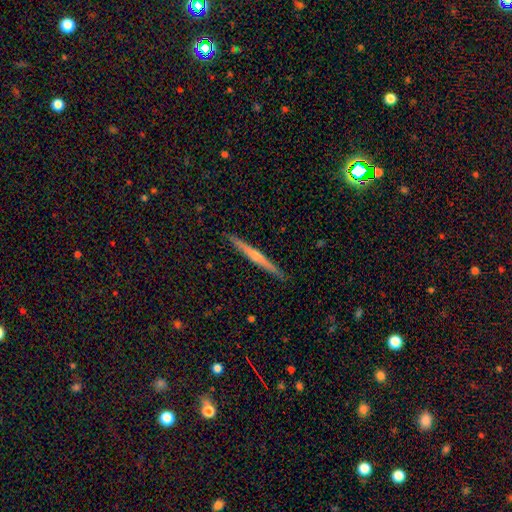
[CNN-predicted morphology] Smooth or featured? featured or disk (69%)
Edge-on disk? yes (98%)
Edge-on bulge? rounded (71%)
Merging? none (91%)